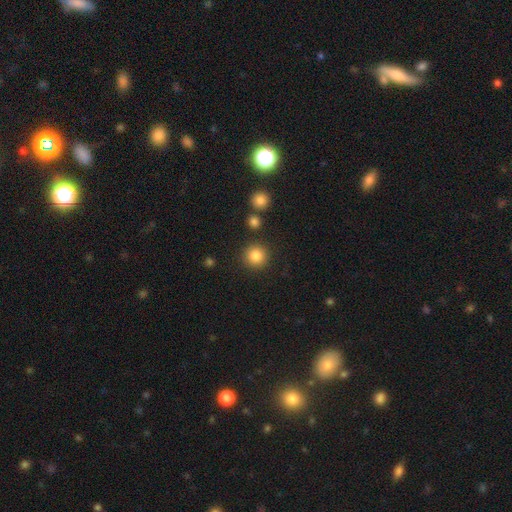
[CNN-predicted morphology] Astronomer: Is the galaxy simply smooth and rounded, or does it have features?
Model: smooth — 85%.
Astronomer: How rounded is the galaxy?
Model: round — 94%.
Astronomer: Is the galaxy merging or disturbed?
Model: none — 88%.